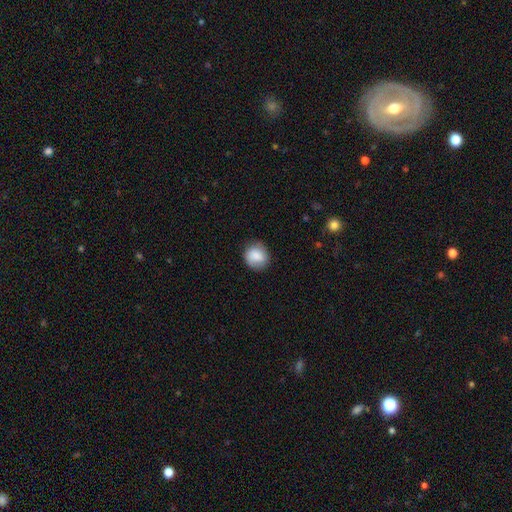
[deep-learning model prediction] A smooth galaxy with no disk features (85%) that is round (81%). Merging: none (82%).